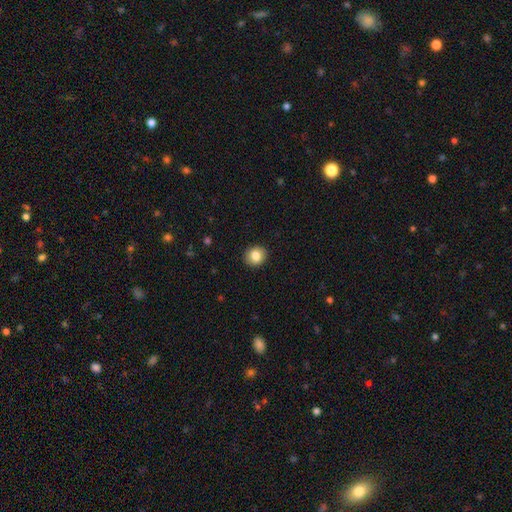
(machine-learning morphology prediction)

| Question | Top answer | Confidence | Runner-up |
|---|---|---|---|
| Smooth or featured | smooth | 84% | star or artifact (9%) |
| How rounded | round | 81% | in between (18%) |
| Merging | none | 91% | minor disturbance (6%) |